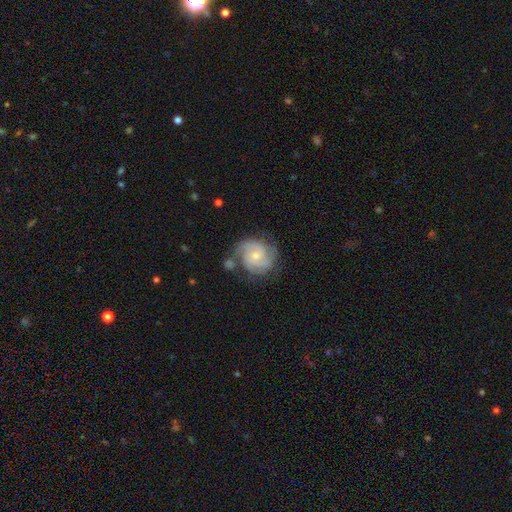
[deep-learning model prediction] Smooth or featured? Predicted: featured or disk (p=0.78). Edge-on disk? Predicted: no (p=0.98). Bar? Predicted: no (p=0.68). Spiral arms? Predicted: yes (p=0.95). Spiral winding? Predicted: tight (p=0.54). Spiral arm count? Predicted: 2 (p=0.38). Bulge size? Predicted: small (p=0.54). Merging? Predicted: none (p=0.62).